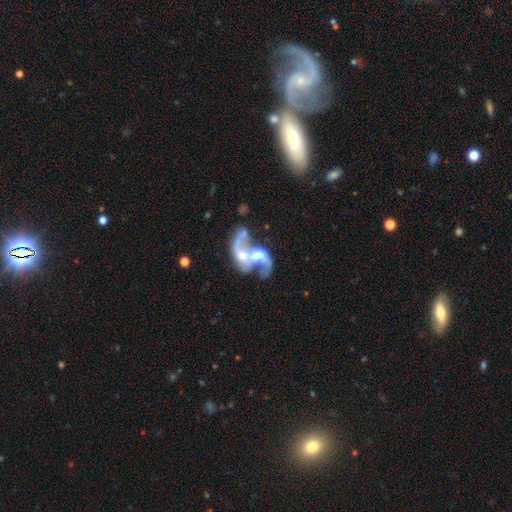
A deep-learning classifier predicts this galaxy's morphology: Smooth or featured? Predicted: featured or disk (p=0.79). Edge-on disk? Predicted: no (p=0.97). Bar? Predicted: no (p=0.56). Spiral arms? Predicted: yes (p=0.78). Spiral winding? Predicted: loose (p=0.77). Spiral arm count? Predicted: 2 (p=0.73). Bulge size? Predicted: moderate (p=0.52). Merging? Predicted: merger (p=0.65).